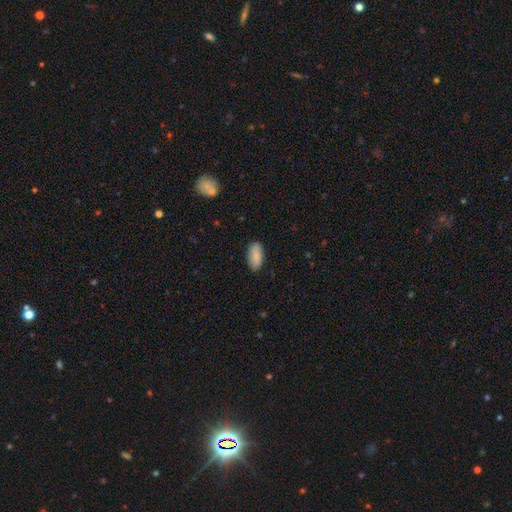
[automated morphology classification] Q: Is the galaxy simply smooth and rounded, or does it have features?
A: smooth — 84%.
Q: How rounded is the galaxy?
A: in between — 92%.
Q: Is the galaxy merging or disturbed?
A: none — 86%.